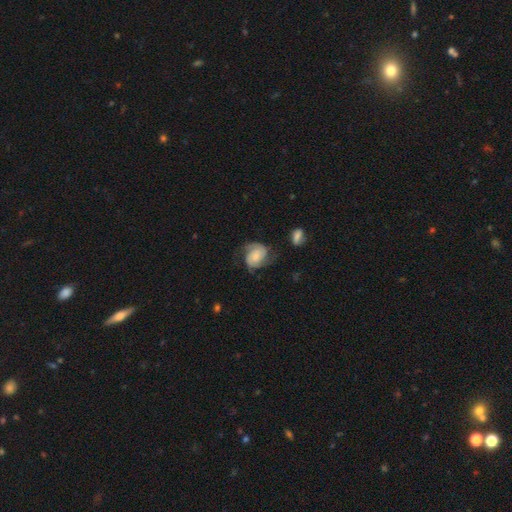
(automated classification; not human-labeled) smooth-or-featured: featured or disk: 72% | smooth: 21% | star or artifact: 7%
  disk-edge-on: no: 98% | yes: 2%
    bar: no: 62% | weak: 30% | strong: 7%
    has-spiral-arms: yes: 94% | no: 6%
      spiral-winding: medium: 44% | tight: 37% | loose: 19%
      spiral-arm-count: 2: 76% | can't tell: 10% | 3: 8% | 1: 3% | 4: 2% | more than 4: 2%
    bulge-size: small: 47% | moderate: 29% | none: 12% | large: 9% | dominant: 3%
  merging: none: 60% | minor disturbance: 22% | major disturbance: 15% | merger: 3%